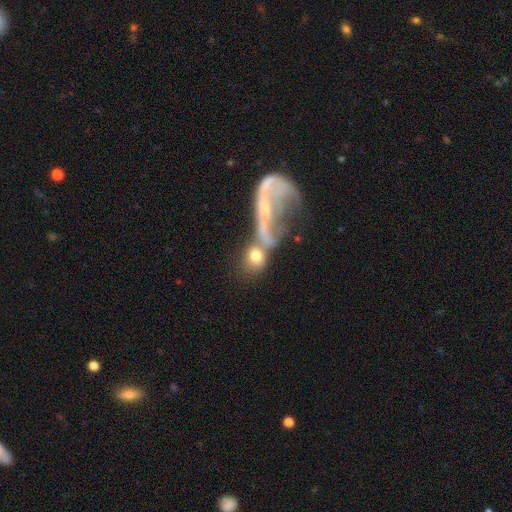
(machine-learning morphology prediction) Smooth or featured: smooth — 65% (featured or disk — 24%)
How rounded: round — 61% (in between — 33%)
Merging: merger — 47% (none — 27%)